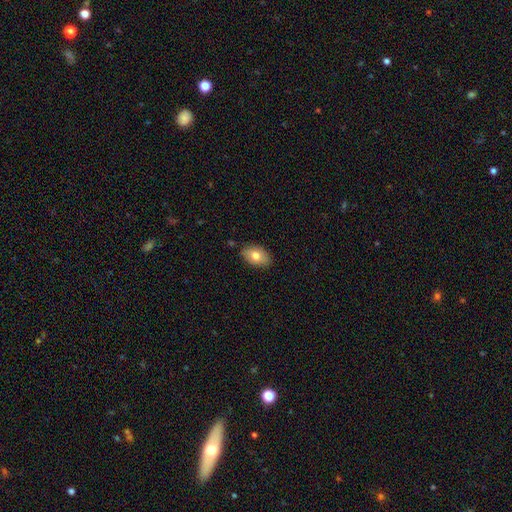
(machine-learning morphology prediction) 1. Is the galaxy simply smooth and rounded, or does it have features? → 77% smooth, 16% featured or disk, 7% star or artifact.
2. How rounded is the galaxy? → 90% in between, 9% round, 1% cigar-shaped.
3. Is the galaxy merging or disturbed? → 84% none, 13% minor disturbance, 2% major disturbance, 1% merger.